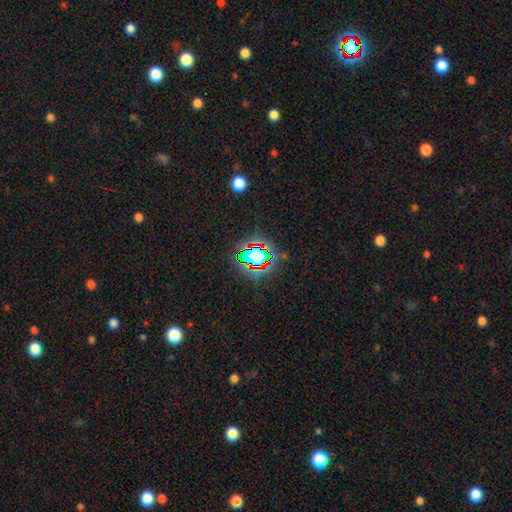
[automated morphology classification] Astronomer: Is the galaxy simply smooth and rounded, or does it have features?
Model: star or artifact — 61%.